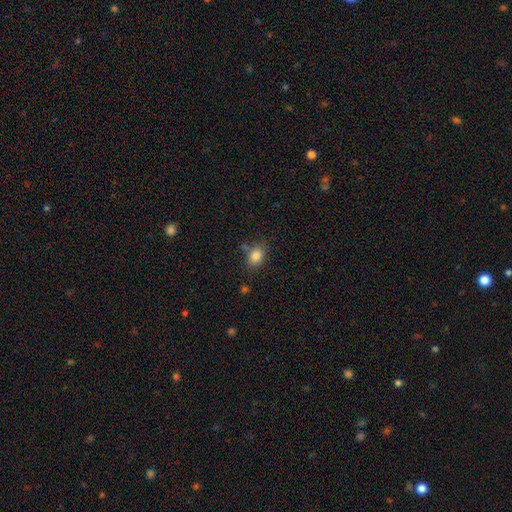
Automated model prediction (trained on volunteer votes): Smooth or featured? Predicted: smooth (p=0.84). How rounded? Predicted: in between (p=0.68). Merging? Predicted: none (p=0.70).